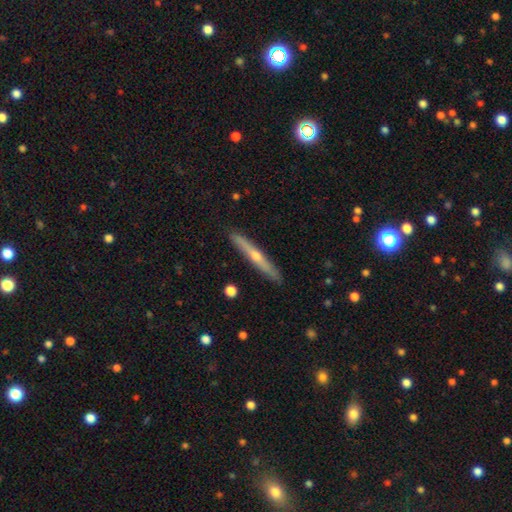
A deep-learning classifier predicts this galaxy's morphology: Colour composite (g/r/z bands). It shows a featured or disk galaxy (63%) viewed edge-on (95%) with a rounded central bulge (82%). Merging: none (90%).